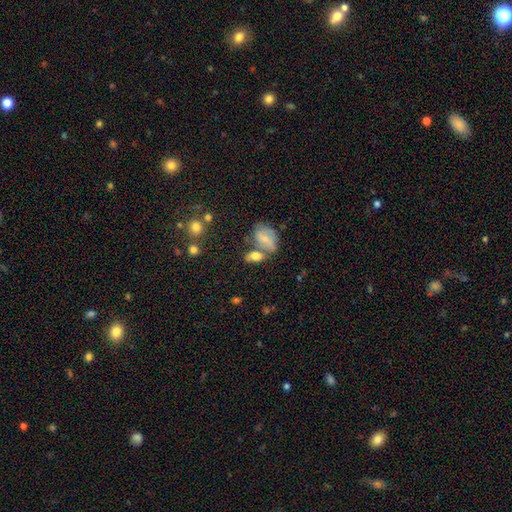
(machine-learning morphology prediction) Smooth or featured? smooth (67%)
How rounded? in between (76%)
Merging? none (41%)